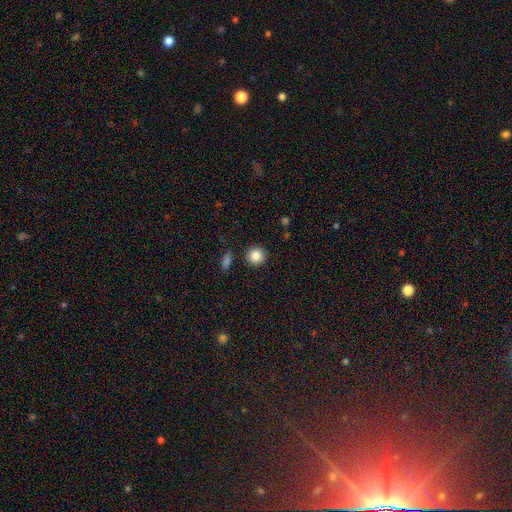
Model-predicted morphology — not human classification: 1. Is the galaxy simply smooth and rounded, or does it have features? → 86% smooth, 9% star or artifact, 5% featured or disk.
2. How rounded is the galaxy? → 94% round, 5% in between, 1% cigar-shaped.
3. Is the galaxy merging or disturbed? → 91% none, 5% minor disturbance, 2% major disturbance, 2% merger.